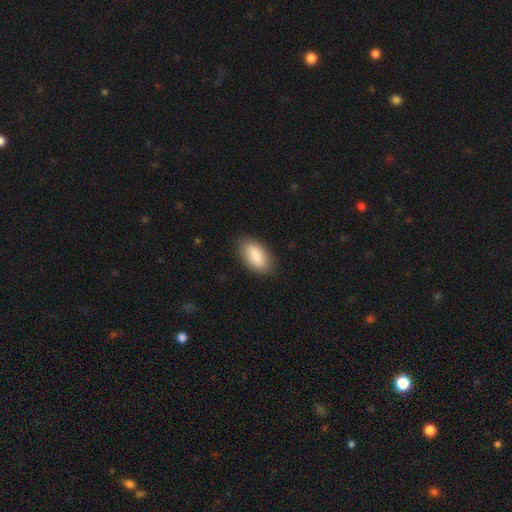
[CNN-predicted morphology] This is clearly a smooth galaxy (88%). How rounded: clearly in between (94%). Merging: clearly none (86%).